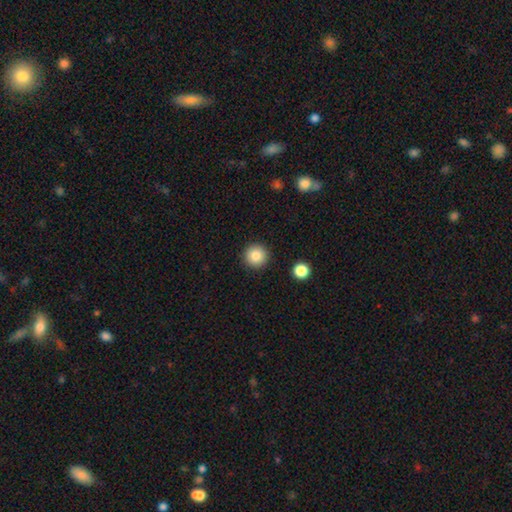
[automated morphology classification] smooth_or_featured: smooth (p=0.85) [alt: star or artifact p=0.10]
how_rounded: round (p=0.96) [alt: in between p=0.03]
merging: none (p=0.91) [alt: minor disturbance p=0.05]